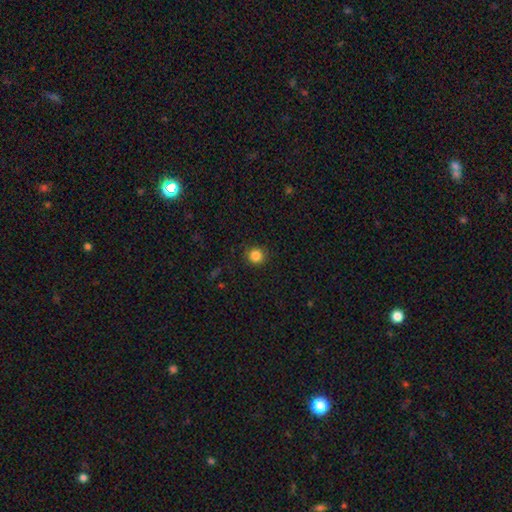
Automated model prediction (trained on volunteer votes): This is clearly a smooth galaxy (85%). How rounded: clearly round (92%). Merging: clearly none (89%).